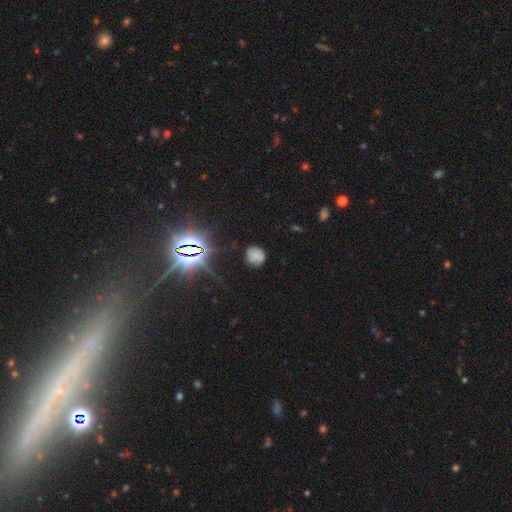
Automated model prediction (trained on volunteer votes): Morphology: type=smooth (59%); roundness=round (81%); merging=none (72%).